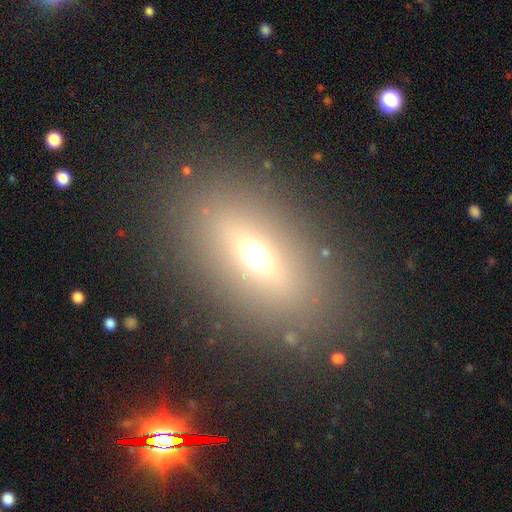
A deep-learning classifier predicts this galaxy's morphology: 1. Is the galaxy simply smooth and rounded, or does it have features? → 54% smooth, 27% featured or disk, 20% star or artifact.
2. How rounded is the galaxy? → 76% in between, 15% round, 10% cigar-shaped.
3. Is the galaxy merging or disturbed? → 85% none, 8% minor disturbance, 5% major disturbance, 2% merger.